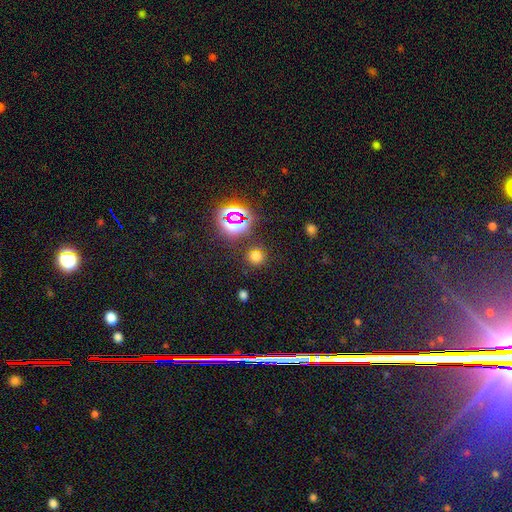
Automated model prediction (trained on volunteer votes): A smooth galaxy with no disk features (61%) that is round (87%).

Vote fractions:
- Smooth or featured? smooth: 61% / star or artifact: 33% / featured or disk: 6%
- How rounded? round: 87% / in between: 12% / cigar-shaped: 1%
- Merging? none: 81% / minor disturbance: 9% / merger: 6% / major disturbance: 4%